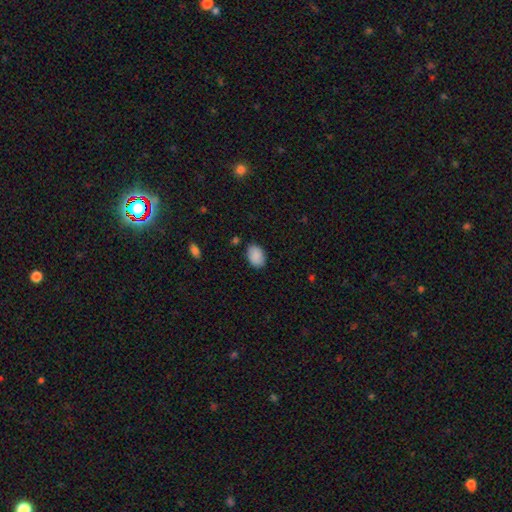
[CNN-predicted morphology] Overall: smooth (88%). How rounded: in between (81%). Merging: none (82%).